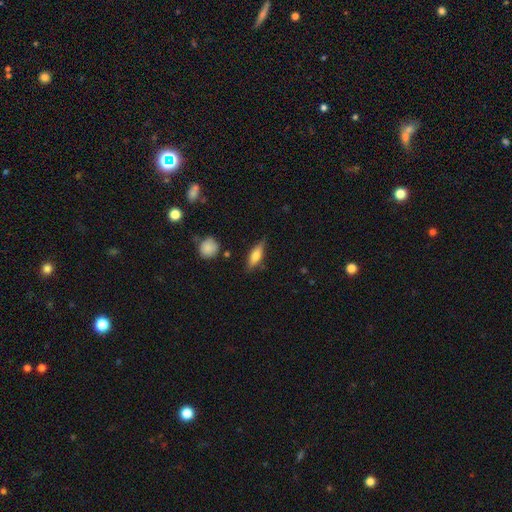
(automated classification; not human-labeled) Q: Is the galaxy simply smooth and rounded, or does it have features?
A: smooth — 65%.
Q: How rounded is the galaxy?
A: in between — 56%.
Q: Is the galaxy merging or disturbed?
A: none — 77%.